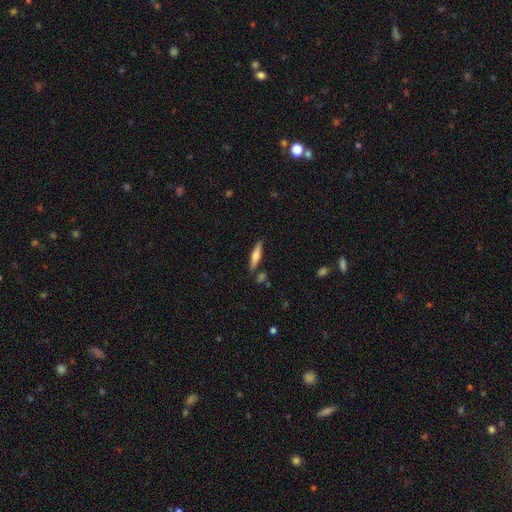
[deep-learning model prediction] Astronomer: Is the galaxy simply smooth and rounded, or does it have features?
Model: smooth — 51% (runner-up: featured or disk, 43%).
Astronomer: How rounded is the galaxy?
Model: cigar-shaped — 78%.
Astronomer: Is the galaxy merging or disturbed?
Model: none — 84%.